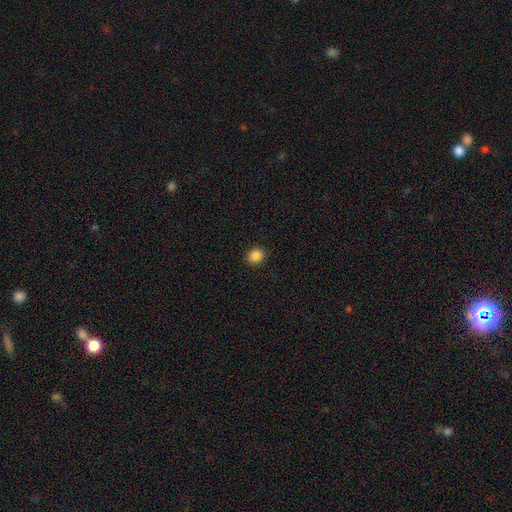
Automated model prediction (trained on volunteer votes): This appears to be a smooth galaxy with no disk features (86%) that is round (85%). Merging: none (92%).